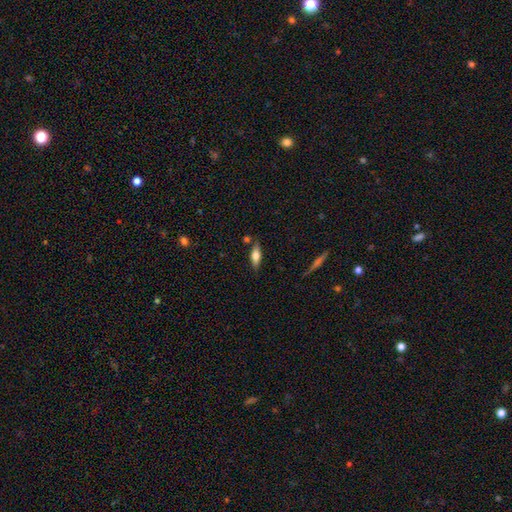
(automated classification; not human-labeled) A smooth galaxy with no disk features (62%) that is in between round and cigar-shaped (64%).

Vote fractions:
- Smooth or featured? smooth: 62% / featured or disk: 31% / star or artifact: 7%
- How rounded? in between: 64% / cigar-shaped: 34% / round: 3%
- Merging? none: 79% / minor disturbance: 13% / merger: 5% / major disturbance: 3%